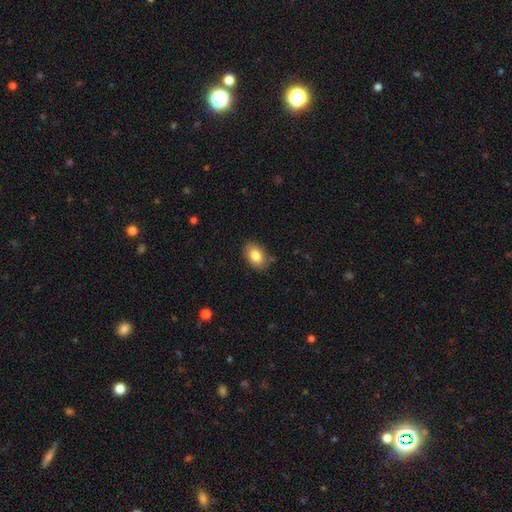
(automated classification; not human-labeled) Smooth or featured? Predicted: smooth (p=0.83). How rounded? Predicted: in between (p=0.85). Merging? Predicted: none (p=0.85).